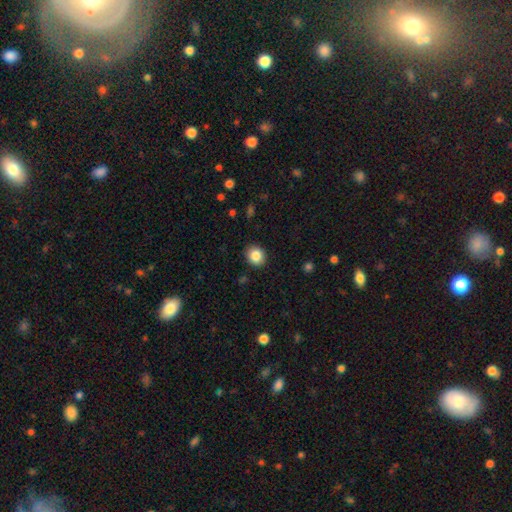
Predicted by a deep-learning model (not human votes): smooth-or-featured: smooth: 86% | star or artifact: 9% | featured or disk: 5%
  how-rounded: round: 74% | in between: 25% | cigar-shaped: 1%
  merging: none: 90% | minor disturbance: 7% | major disturbance: 2% | merger: 1%